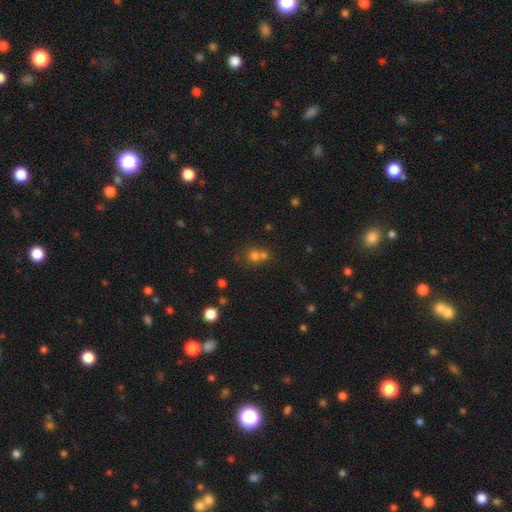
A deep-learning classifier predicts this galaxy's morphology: smooth_or_featured: smooth (p=0.61) [alt: star or artifact p=0.25]
how_rounded: round (p=0.82) [alt: in between p=0.17]
merging: merger (p=0.46) [alt: none p=0.44]